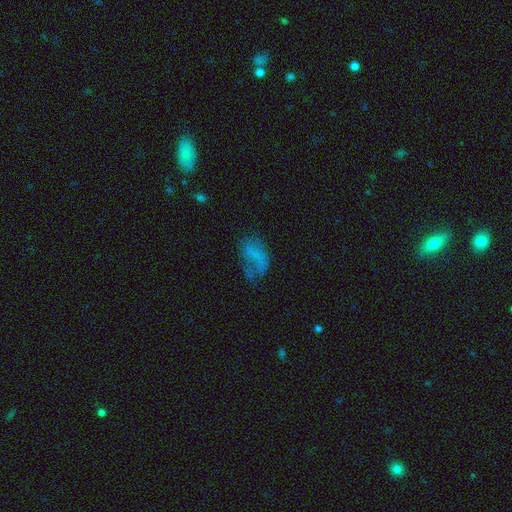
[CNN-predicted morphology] smooth-or-featured: smooth: 49% | featured or disk: 34% | star or artifact: 17%
  merging: none: 36% | major disturbance: 33% | minor disturbance: 25% | merger: 5%